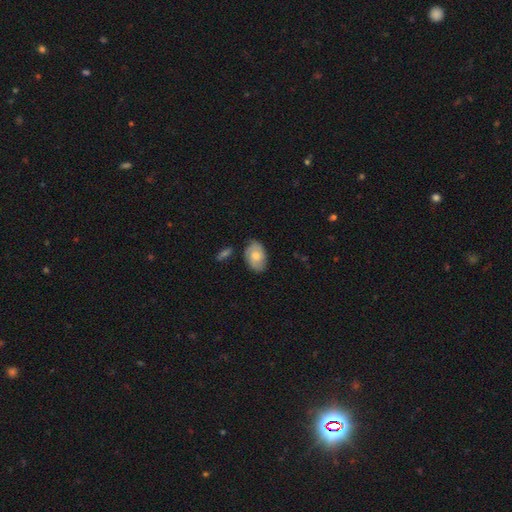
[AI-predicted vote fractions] smooth_or_featured: smooth (p=0.51) [alt: featured or disk p=0.42]
how_rounded: in between (p=0.86) [alt: round p=0.12]
merging: none (p=0.73) [alt: minor disturbance p=0.20]